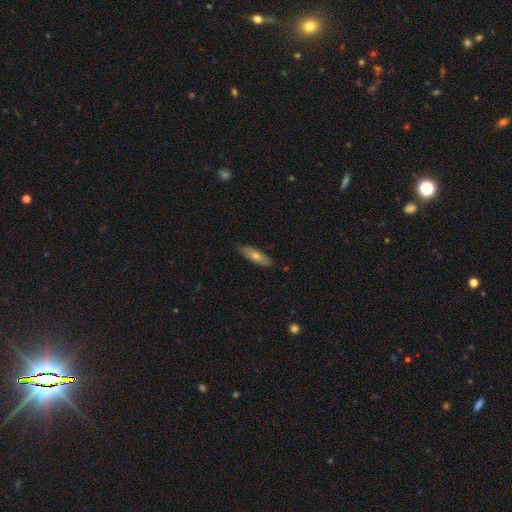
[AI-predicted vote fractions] A smooth galaxy with no disk features (57%) that is cigar-shaped (54%).

Vote fractions:
- Smooth or featured? smooth: 57% / featured or disk: 36% / star or artifact: 6%
- How rounded? cigar-shaped: 54% / in between: 44% / round: 3%
- Merging? none: 87% / minor disturbance: 10% / major disturbance: 2% / merger: 1%